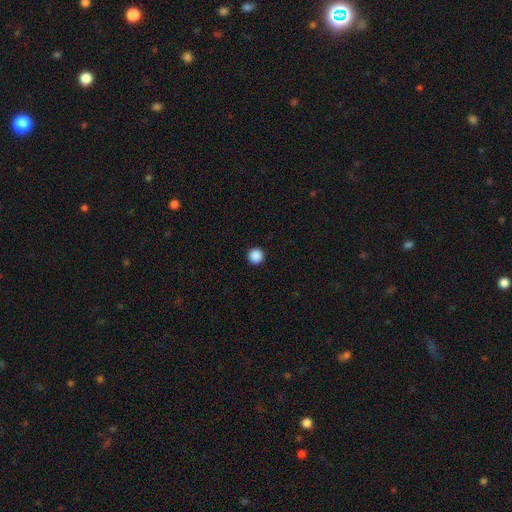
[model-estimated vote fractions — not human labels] This is clearly a smooth galaxy (88%). How rounded: clearly round (97%). Merging: clearly none (94%).